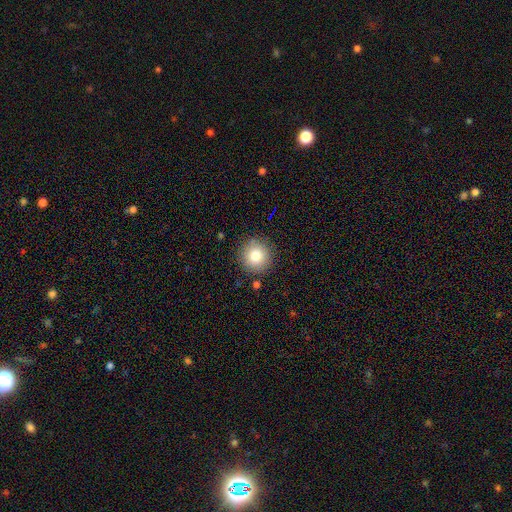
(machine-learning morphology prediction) smooth_or_featured: smooth (p=0.80) [alt: star or artifact p=0.11]
how_rounded: round (p=0.94) [alt: in between p=0.05]
merging: none (p=0.88) [alt: minor disturbance p=0.08]